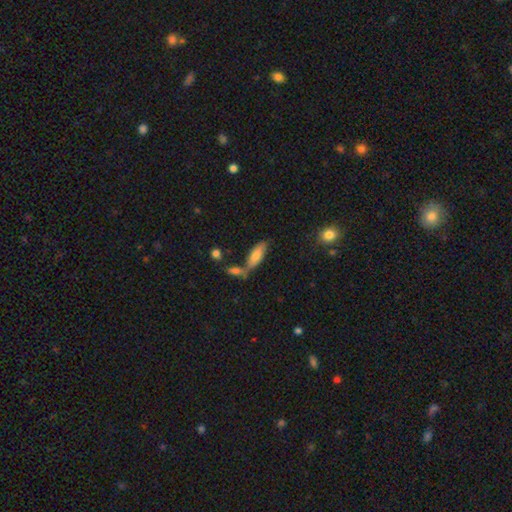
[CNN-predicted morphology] This appears to be a smooth galaxy with no disk features (74%) that is in between round and cigar-shaped (59%). Merging: none (59%).